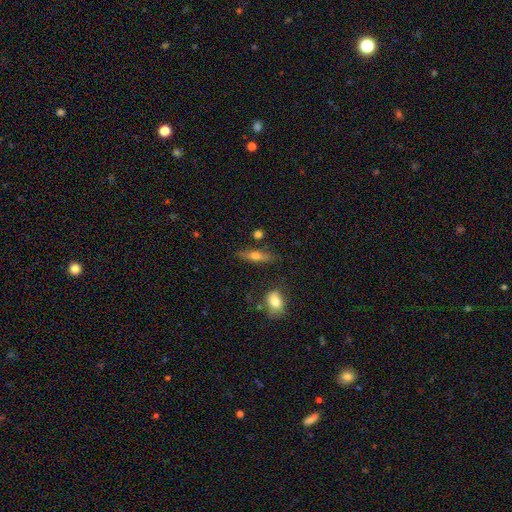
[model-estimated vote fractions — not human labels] A smooth galaxy with no disk features (53%) that is cigar-shaped (61%).

Vote fractions:
- Smooth or featured? smooth: 53% / featured or disk: 40% / star or artifact: 7%
- How rounded? cigar-shaped: 61% / in between: 34% / round: 4%
- Merging? none: 79% / minor disturbance: 12% / merger: 5% / major disturbance: 3%